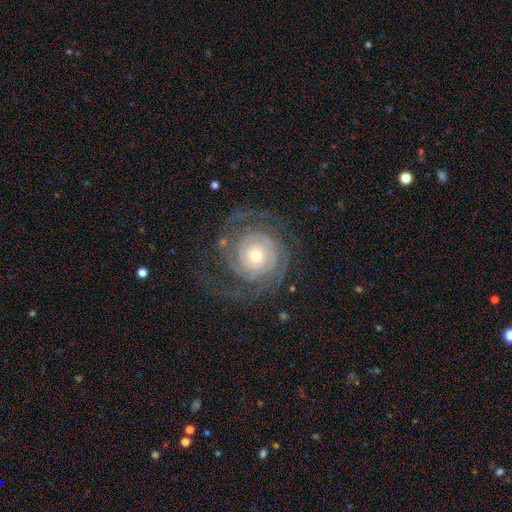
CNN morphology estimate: A featured or disk galaxy (89%) with no bar (76%), 2 (40%) tight (79%) spiral arms (98%) and a small central bulge (51%).

Vote fractions:
- Smooth or featured? featured or disk: 89% / star or artifact: 5% / smooth: 5%
- Edge-on disk? no: 97% / yes: 3%
- Bar? no: 76% / weak: 17% / strong: 7%
- Spiral arms? yes: 98% / no: 2%
- Spiral winding? tight: 79% / medium: 17% / loose: 4%
- Spiral arm count? 2: 40% / can't tell: 20% / 3: 19% / 4: 9% / more than 4: 6% / 1: 6%
- Bulge size? small: 51% / moderate: 43% / large: 4% / none: 1% / dominant: 1%
- Merging? none: 72% / minor disturbance: 14% / major disturbance: 12% / merger: 1%